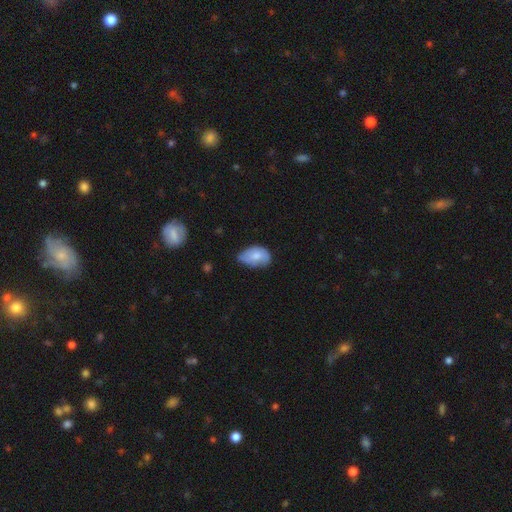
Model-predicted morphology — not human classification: Smooth or featured? smooth (72%)
How rounded? in between (88%)
Merging? minor disturbance (49%)